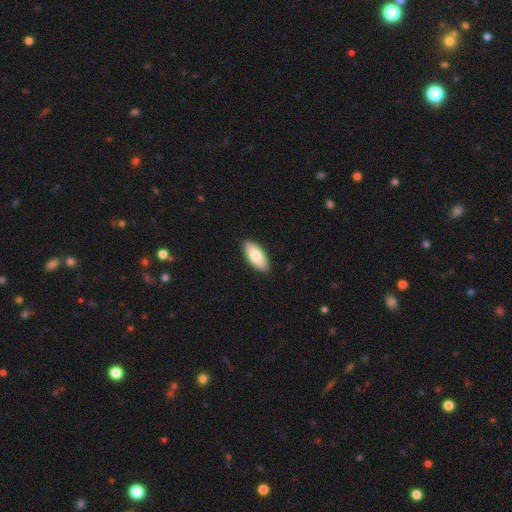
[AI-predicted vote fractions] Overall: smooth (77%). How rounded: in between (89%). Merging: none (90%).